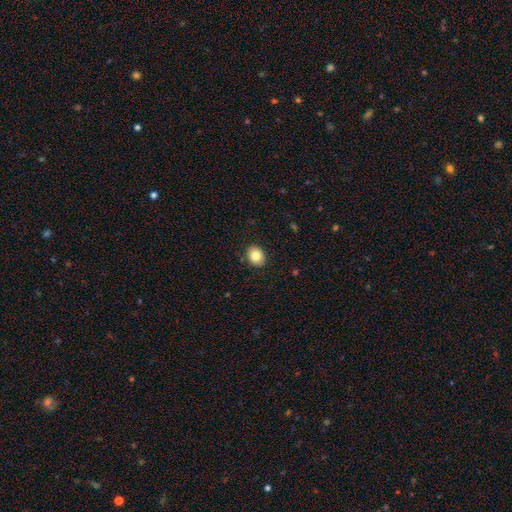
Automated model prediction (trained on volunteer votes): This appears to be a smooth galaxy with no disk features (82%) that is in between round and cigar-shaped (50%). Merging: none (90%).